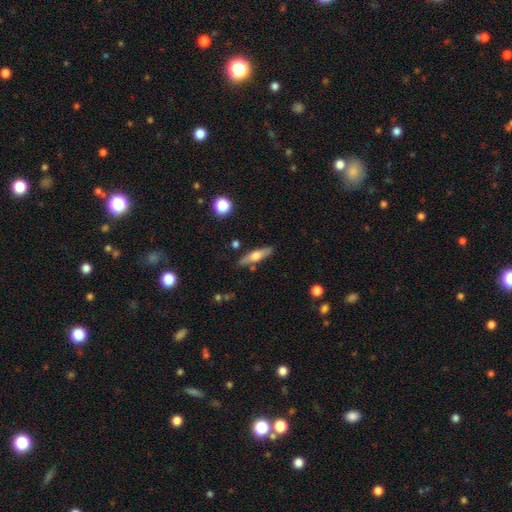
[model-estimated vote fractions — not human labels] This appears to be a smooth galaxy with no disk features (51%) that is cigar-shaped (70%). Merging: none (83%).